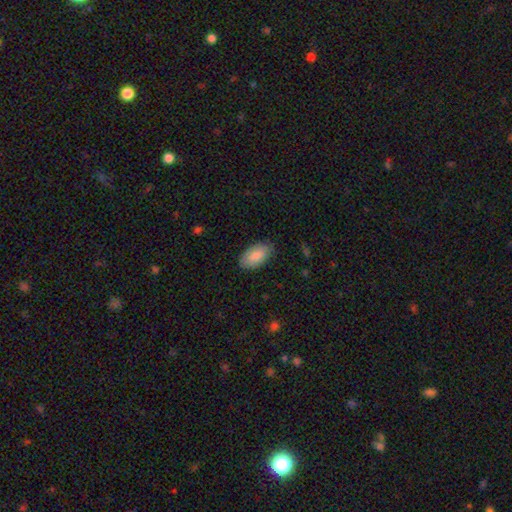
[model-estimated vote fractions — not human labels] smooth_or_featured: smooth (p=0.87) [alt: featured or disk p=0.07]
how_rounded: in between (p=0.95) [alt: round p=0.03]
merging: none (p=0.85) [alt: minor disturbance p=0.12]